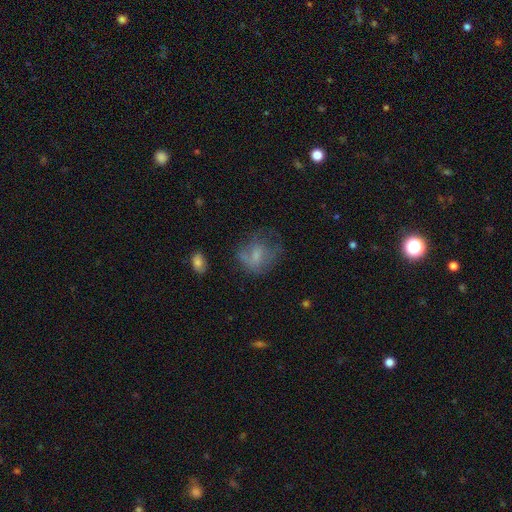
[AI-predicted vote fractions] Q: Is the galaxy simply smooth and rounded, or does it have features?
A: smooth — 54%.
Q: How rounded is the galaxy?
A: round — 57%.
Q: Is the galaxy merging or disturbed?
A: none — 41%.